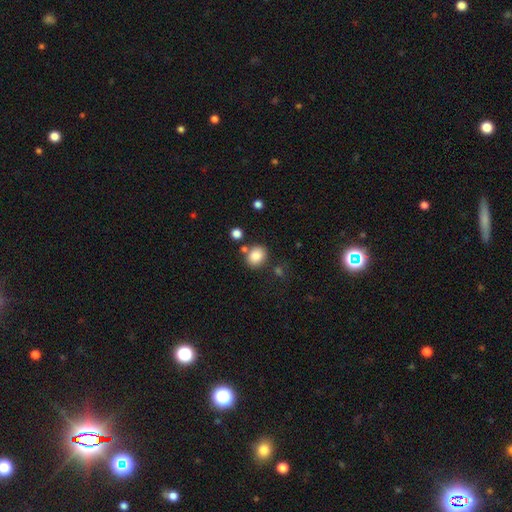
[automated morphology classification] Smooth or featured?
  - smooth: 84% *
  - star or artifact: 10%
  - featured or disk: 7%
How rounded?
  - round: 63% *
  - in between: 36%
  - cigar-shaped: 1%
Merging?
  - none: 74% *
  - minor disturbance: 12%
  - merger: 10%
  - major disturbance: 4%